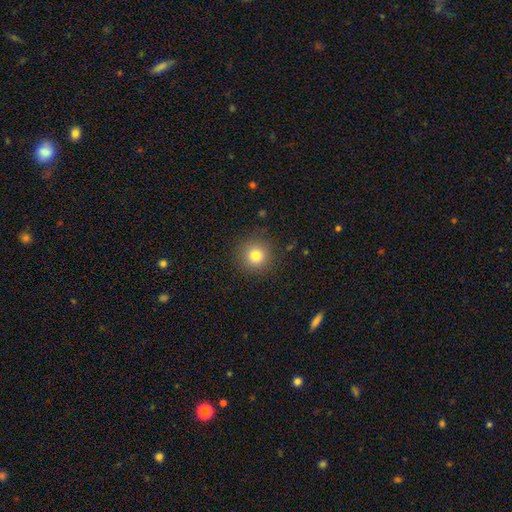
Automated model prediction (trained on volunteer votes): This appears to be a smooth galaxy with no disk features (80%) that is round (94%). Merging: none (89%).